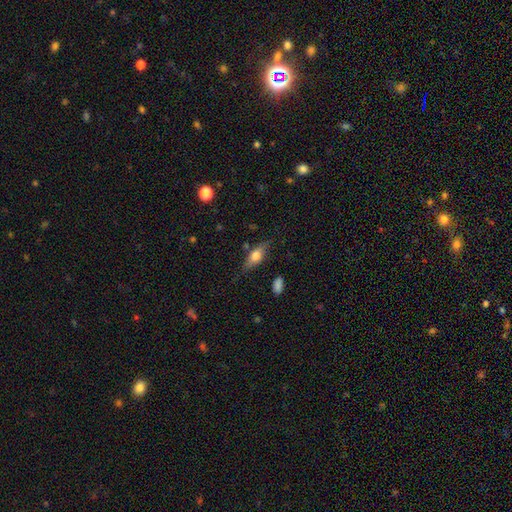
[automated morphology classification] This is possibly a smooth galaxy (54%). How rounded: likely in between (66%). Merging: likely none (73%).